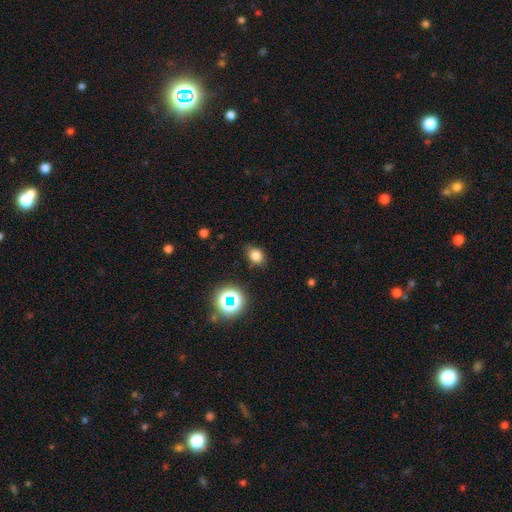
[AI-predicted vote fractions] Q: Smooth or featured?
A: smooth (76%); runner-up: star or artifact (17%)
Q: How rounded?
A: in between (57%); runner-up: round (42%)
Q: Merging?
A: none (77%); runner-up: minor disturbance (17%)